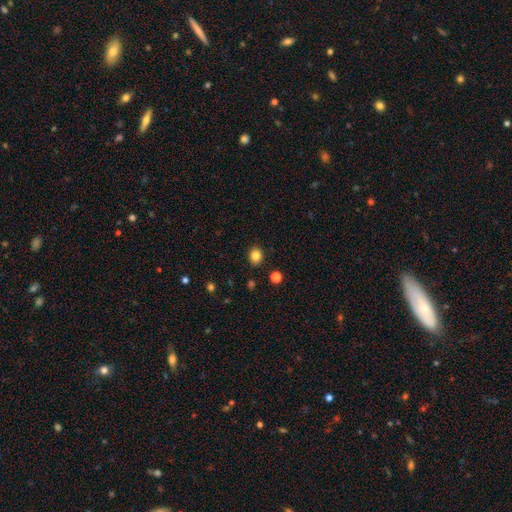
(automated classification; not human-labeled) A smooth galaxy with no disk features (83%) that is round (66%).

Vote fractions:
- Smooth or featured? smooth: 83% / star or artifact: 11% / featured or disk: 5%
- How rounded? round: 66% / in between: 33% / cigar-shaped: 1%
- Merging? none: 89% / minor disturbance: 7% / major disturbance: 2% / merger: 2%